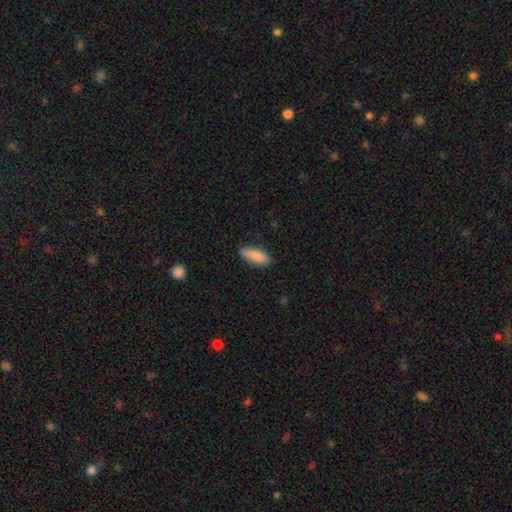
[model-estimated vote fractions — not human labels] Overall: smooth (89%). How rounded: in between (67%; cigar-shaped 32%). Merging: none (86%).